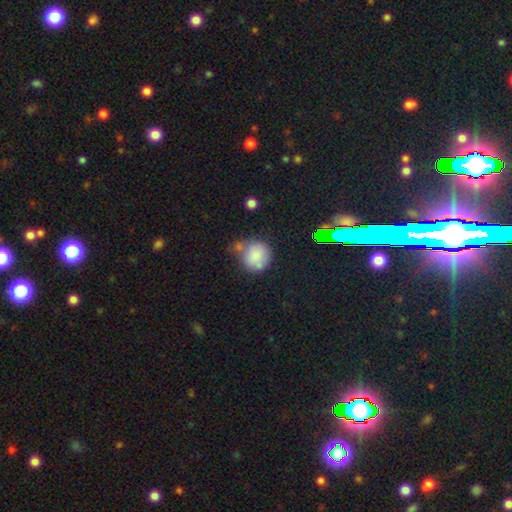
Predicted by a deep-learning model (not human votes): Overall: smooth (77%). How rounded: round (86%). Merging: none (43%; minor disturbance 25%).